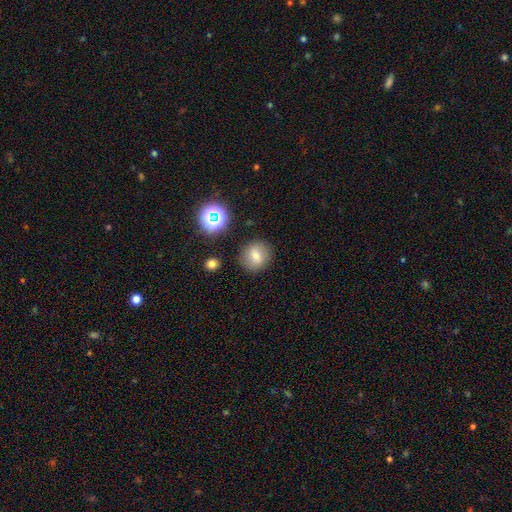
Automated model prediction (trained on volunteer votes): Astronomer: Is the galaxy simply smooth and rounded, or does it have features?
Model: smooth — 73%.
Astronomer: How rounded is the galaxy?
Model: round — 82%.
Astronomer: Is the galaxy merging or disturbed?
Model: none — 85%.